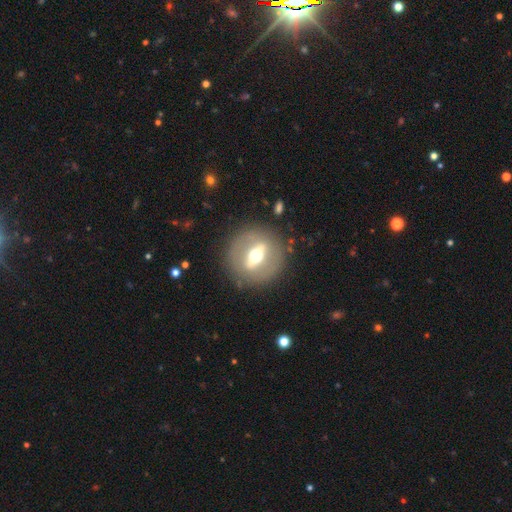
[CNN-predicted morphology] smooth-or-featured: featured or disk: 69% | smooth: 24% | star or artifact: 7%
  disk-edge-on: no: 63% | yes: 37%
  merging: none: 85% | minor disturbance: 9% | major disturbance: 5% | merger: 2%